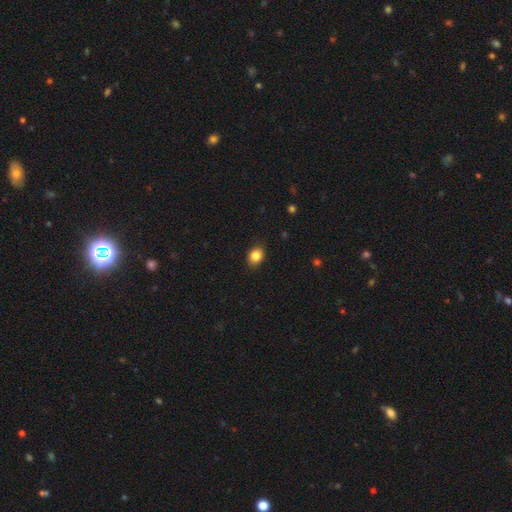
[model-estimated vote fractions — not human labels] Smooth or featured? Predicted: smooth (p=0.84). How rounded? Predicted: in between (p=0.57). Merging? Predicted: none (p=0.86).